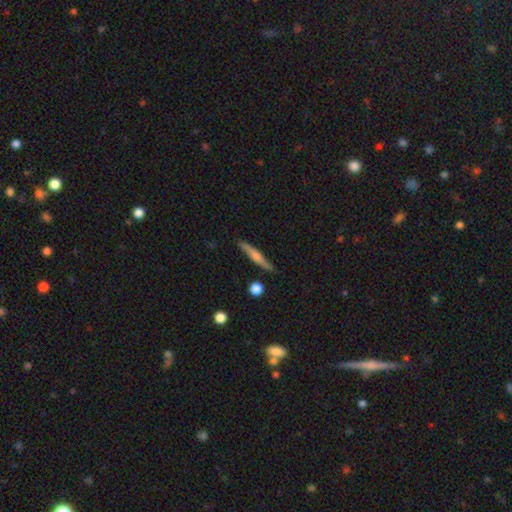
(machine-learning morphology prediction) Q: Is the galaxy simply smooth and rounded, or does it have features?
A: featured or disk — 53%.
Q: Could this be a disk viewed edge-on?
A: yes — 95%.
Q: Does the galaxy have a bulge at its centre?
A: rounded — 67%.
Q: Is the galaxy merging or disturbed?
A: none — 87%.